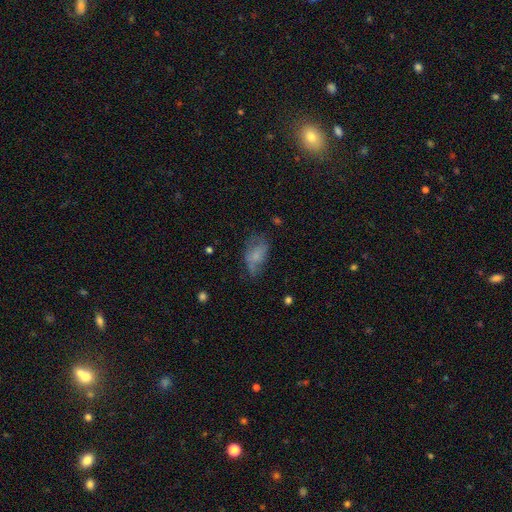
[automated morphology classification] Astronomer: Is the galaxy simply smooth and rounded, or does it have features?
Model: smooth — 58%.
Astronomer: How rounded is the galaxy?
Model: in between — 89%.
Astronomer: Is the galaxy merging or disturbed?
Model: none — 41% (runner-up: minor disturbance, 31%).